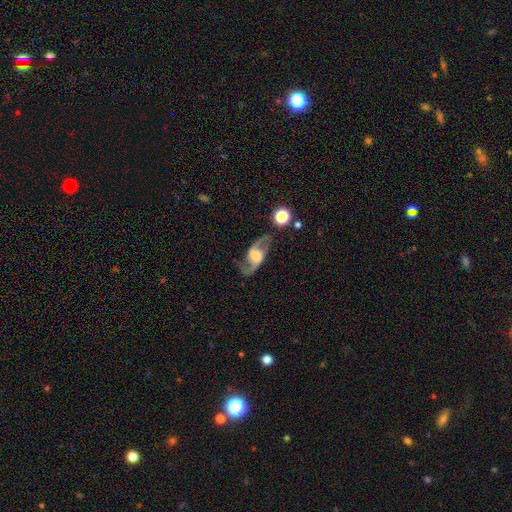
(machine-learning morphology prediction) featured or disk 82%, smooth 12%, star or artifact 7%. Down the decision tree: edge-on disk — no (93%); bar — no (46%); spiral arms — yes (93%); spiral arm count — 2 (92%); spiral winding — loose (52%); bulge size — large (36%); merging — none (74%).